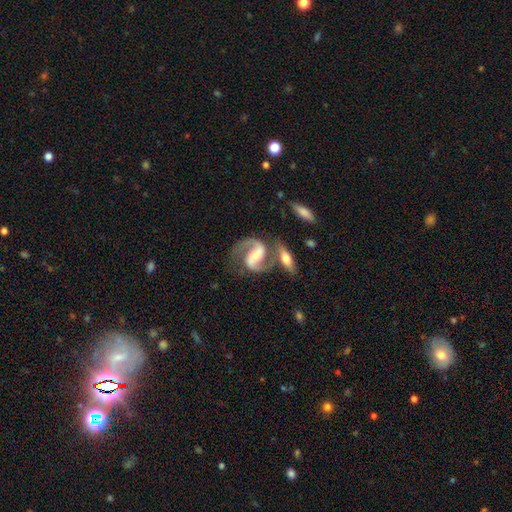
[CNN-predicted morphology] Smooth or featured? featured or disk (91%)
Edge-on disk? no (97%)
Bar? strong (40%)
Spiral arms? yes (98%)
Spiral winding? medium (62%)
Spiral arm count? 2 (93%)
Bulge size? moderate (59%)
Merging? none (60%)